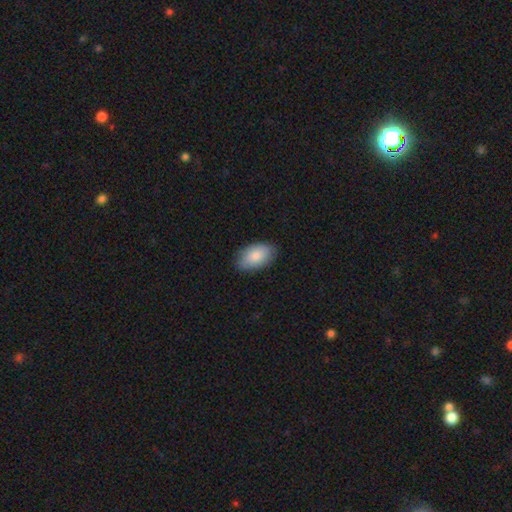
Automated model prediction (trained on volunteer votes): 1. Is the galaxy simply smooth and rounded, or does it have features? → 83% smooth, 11% featured or disk, 6% star or artifact.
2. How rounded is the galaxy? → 94% in between, 5% round, 1% cigar-shaped.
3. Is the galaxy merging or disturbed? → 84% none, 13% minor disturbance, 2% major disturbance, 1% merger.